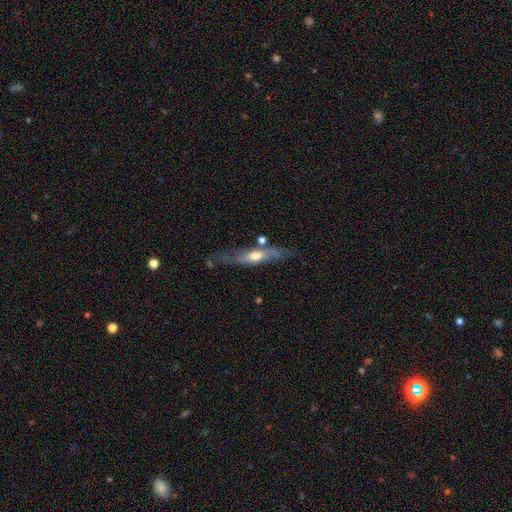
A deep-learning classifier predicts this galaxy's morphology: Q: Smooth or featured?
A: featured or disk (60%); runner-up: smooth (34%)
Q: Edge-on disk?
A: yes (68%); runner-up: no (32%)
Q: Merging?
A: none (63%); runner-up: minor disturbance (22%)